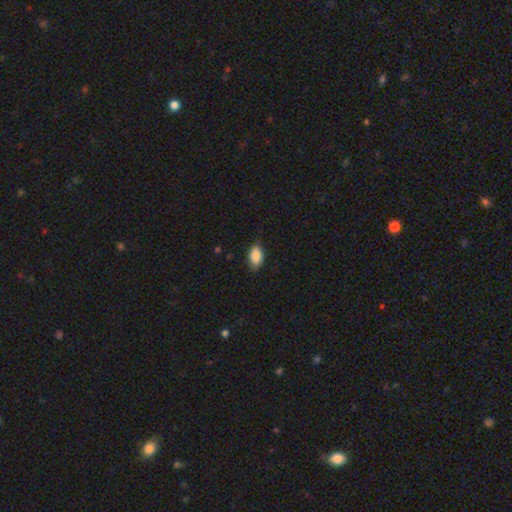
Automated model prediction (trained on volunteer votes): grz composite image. It shows a smooth galaxy with no disk features (86%) that is in between round and cigar-shaped (90%). Merging: none (76%).